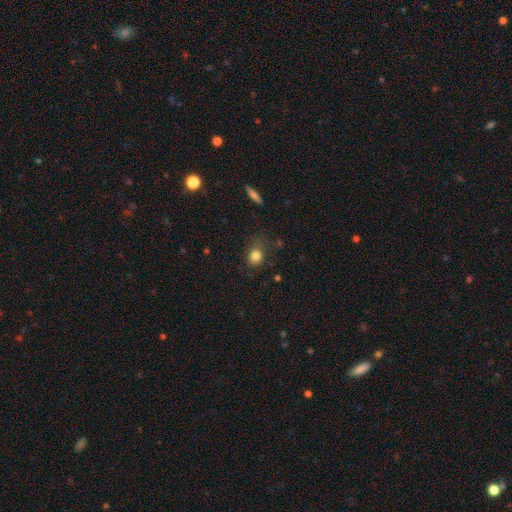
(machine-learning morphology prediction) A smooth galaxy with no disk features (82%) that is round (66%). Merging: none (70%).